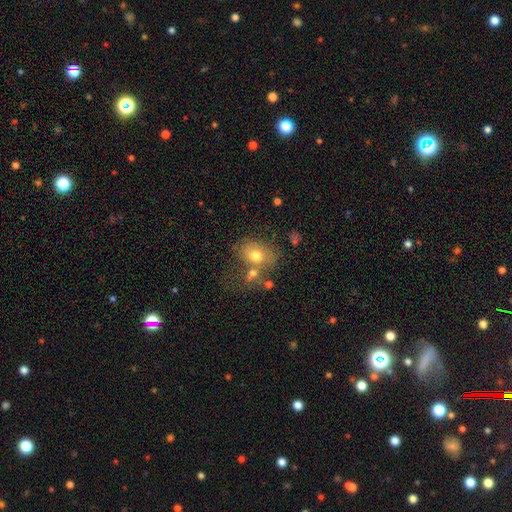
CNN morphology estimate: smooth_or_featured: smooth (p=0.69) [alt: featured or disk p=0.21]
how_rounded: in between (p=0.60) [alt: round p=0.39]
merging: none (p=0.43) [alt: merger p=0.28]